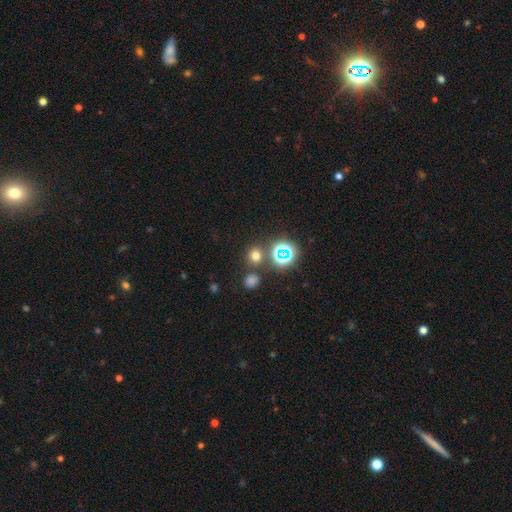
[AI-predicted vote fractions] A smooth galaxy with no disk features (64%) that is round (83%).

Vote fractions:
- Smooth or featured? smooth: 64% / star or artifact: 30% / featured or disk: 7%
- How rounded? round: 83% / in between: 16% / cigar-shaped: 1%
- Merging? none: 79% / merger: 10% / minor disturbance: 8% / major disturbance: 3%